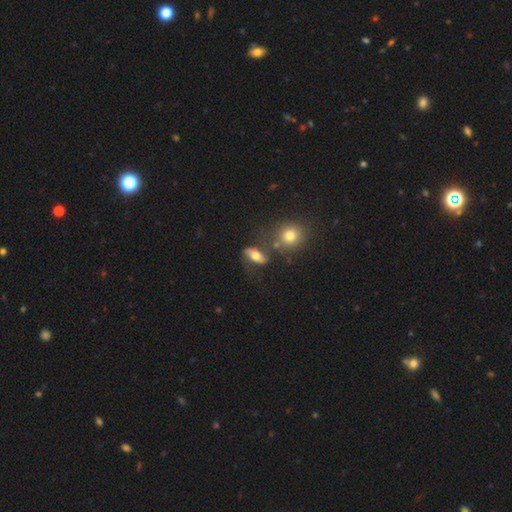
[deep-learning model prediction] smooth-or-featured: featured or disk: 51% | smooth: 40% | star or artifact: 10%
  disk-edge-on: no: 86% | yes: 14%
  merging: none: 55% | minor disturbance: 20% | major disturbance: 14% | merger: 11%